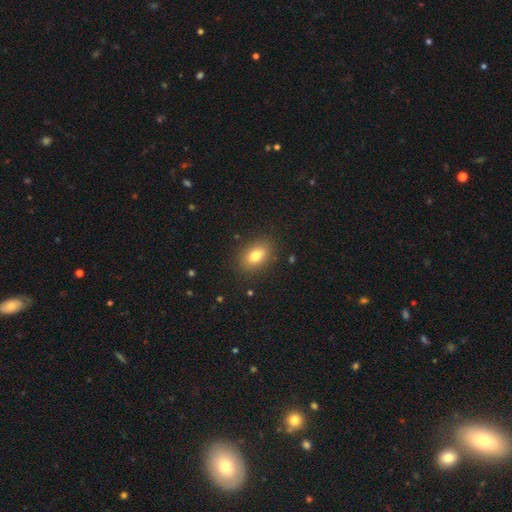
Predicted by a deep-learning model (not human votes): This appears to be a smooth galaxy with no disk features (78%) that is in between round and cigar-shaped (81%). Merging: none (86%).